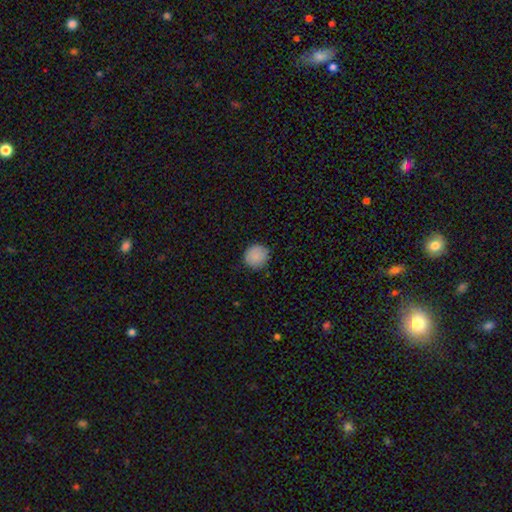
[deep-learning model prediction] This is clearly a smooth galaxy (88%). How rounded: clearly round (90%). Merging: clearly none (86%).